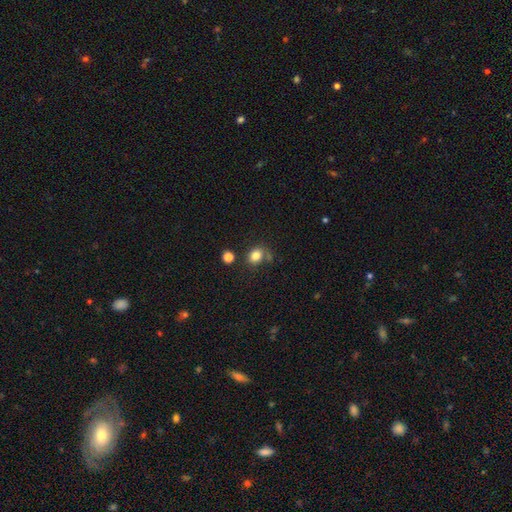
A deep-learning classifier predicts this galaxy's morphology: Smooth or featured?
  - smooth: 81% *
  - star or artifact: 12%
  - featured or disk: 8%
How rounded?
  - round: 54% *
  - in between: 46%
  - cigar-shaped: 1%
Merging?
  - none: 65% *
  - minor disturbance: 17%
  - merger: 10%
  - major disturbance: 7%